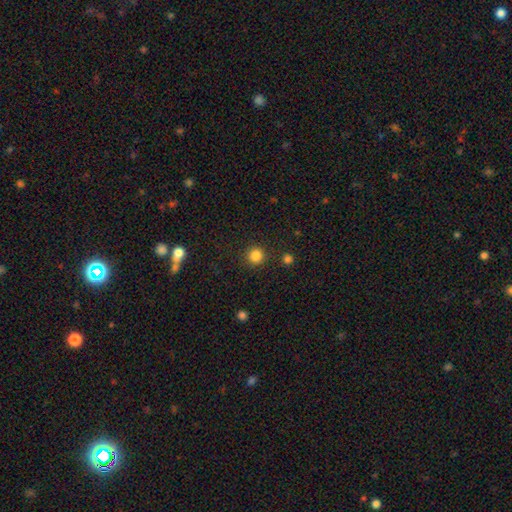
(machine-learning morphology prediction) smooth-or-featured: smooth: 84% | star or artifact: 13% | featured or disk: 4%
  how-rounded: round: 94% | in between: 5% | cigar-shaped: 1%
  merging: none: 90% | minor disturbance: 6% | major disturbance: 2% | merger: 2%